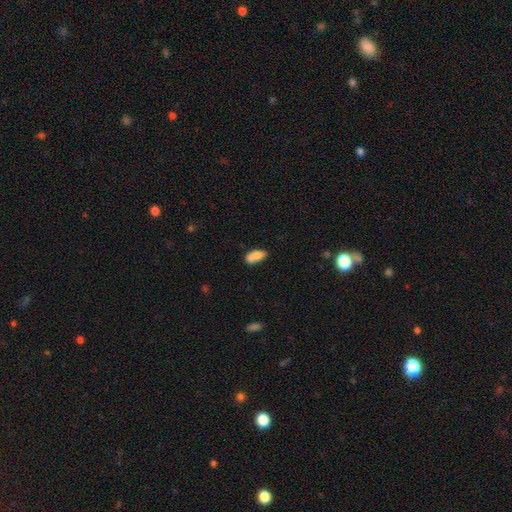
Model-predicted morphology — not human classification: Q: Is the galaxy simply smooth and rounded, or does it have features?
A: smooth — 74%.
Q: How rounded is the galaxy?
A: in between — 84%.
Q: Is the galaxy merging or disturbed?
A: none — 42%.